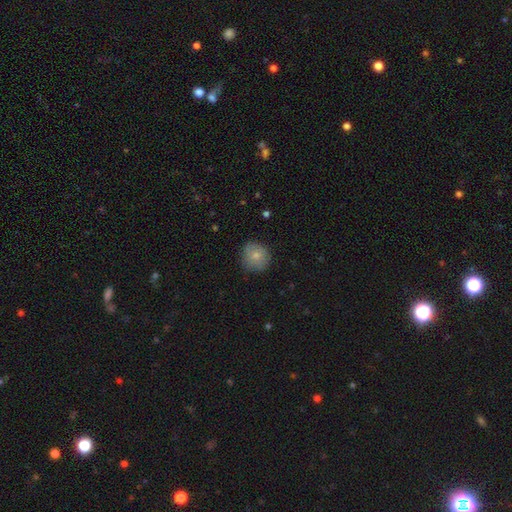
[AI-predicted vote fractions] Smooth or featured?
  - smooth: 78% *
  - featured or disk: 15%
  - star or artifact: 8%
How rounded?
  - round: 87% *
  - in between: 12%
  - cigar-shaped: 1%
Merging?
  - none: 80% *
  - minor disturbance: 16%
  - major disturbance: 3%
  - merger: 1%